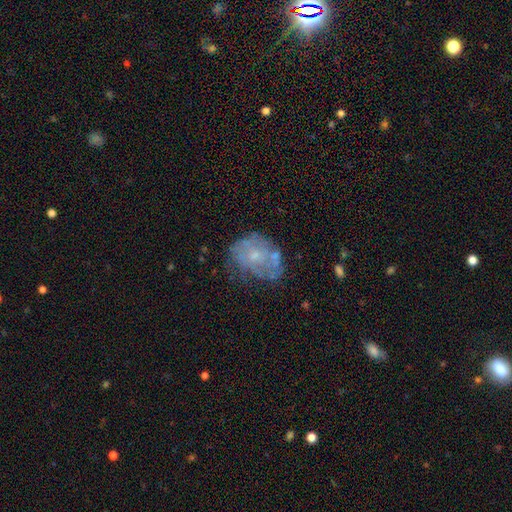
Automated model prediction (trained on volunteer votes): The model was most divided on "spiral arms": no: 52%, yes: 48%. More confident: edge-on disk — no (97%); bar — no (84%); smooth or featured — featured or disk (62%); bulge size — small (61%); merging — none (52%).